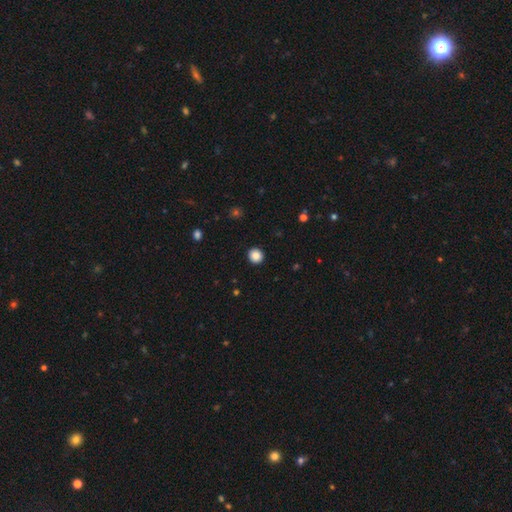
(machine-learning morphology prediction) smooth-or-featured: smooth: 86% | star or artifact: 10% | featured or disk: 4%
  how-rounded: round: 93% | in between: 7% | cigar-shaped: 1%
  merging: none: 93% | minor disturbance: 4% | major disturbance: 2% | merger: 1%